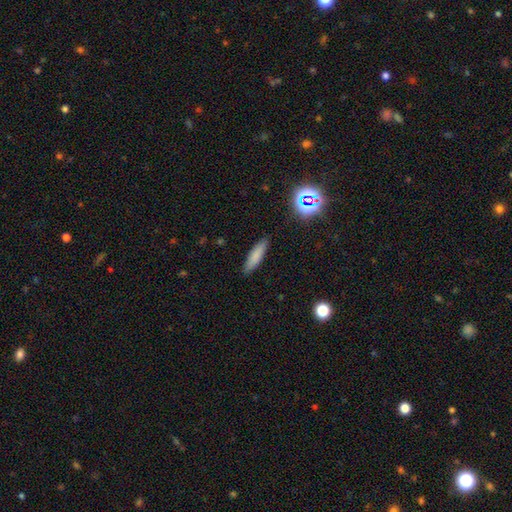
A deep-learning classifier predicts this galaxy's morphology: A smooth galaxy with no disk features (80%) that is cigar-shaped (70%).

Vote fractions:
- Smooth or featured? smooth: 80% / featured or disk: 10% / star or artifact: 9%
- How rounded? cigar-shaped: 70% / in between: 28% / round: 2%
- Merging? none: 87% / minor disturbance: 9% / major disturbance: 2% / merger: 1%